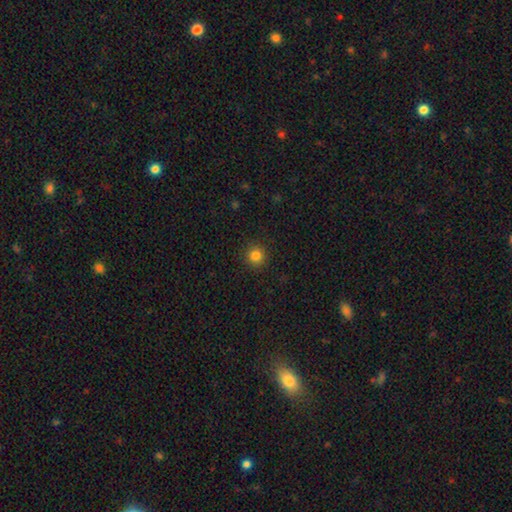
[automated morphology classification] Smooth or featured? smooth (83%)
How rounded? round (94%)
Merging? none (92%)